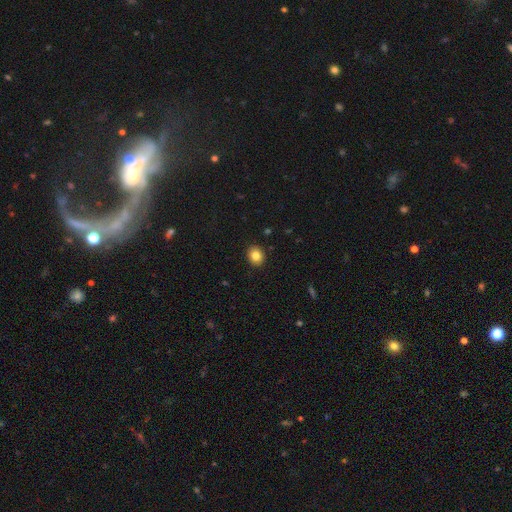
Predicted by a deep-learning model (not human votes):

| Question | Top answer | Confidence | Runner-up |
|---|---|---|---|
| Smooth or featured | smooth | 84% | star or artifact (10%) |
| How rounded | round | 67% | in between (32%) |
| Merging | none | 91% | minor disturbance (6%) |